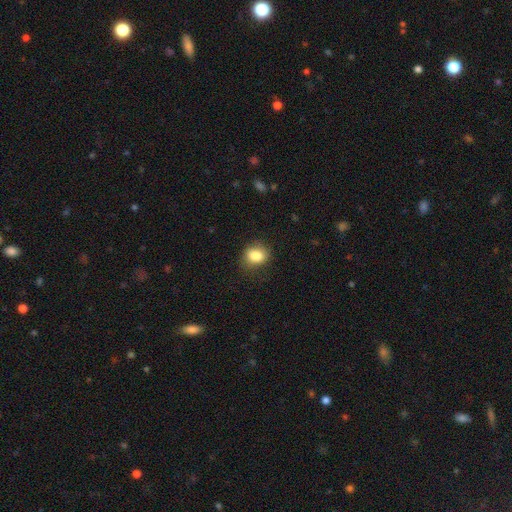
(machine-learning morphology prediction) smooth-or-featured: smooth: 84% | star or artifact: 9% | featured or disk: 7%
  how-rounded: in between: 50% | round: 49% | cigar-shaped: 1%
  merging: none: 76% | minor disturbance: 17% | major disturbance: 5% | merger: 1%